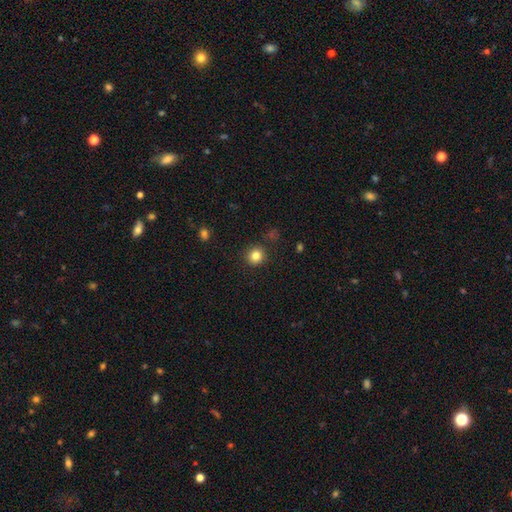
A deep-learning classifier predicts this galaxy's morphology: smooth-or-featured: smooth: 83% | star or artifact: 12% | featured or disk: 5%
  how-rounded: round: 91% | in between: 8% | cigar-shaped: 1%
  merging: none: 90% | minor disturbance: 6% | major disturbance: 2% | merger: 2%